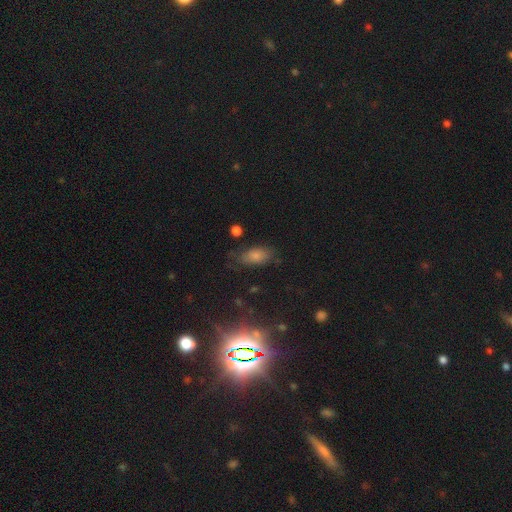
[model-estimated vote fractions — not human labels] Smooth or featured: smooth — 76% (star or artifact — 12%)
How rounded: in between — 88% (cigar-shaped — 7%)
Merging: none — 66% (minor disturbance — 24%)